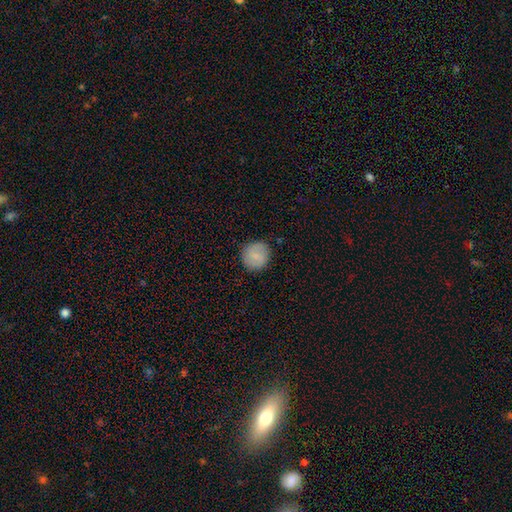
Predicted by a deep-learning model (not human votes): Smooth or featured? smooth (78%)
How rounded? round (92%)
Merging? none (87%)